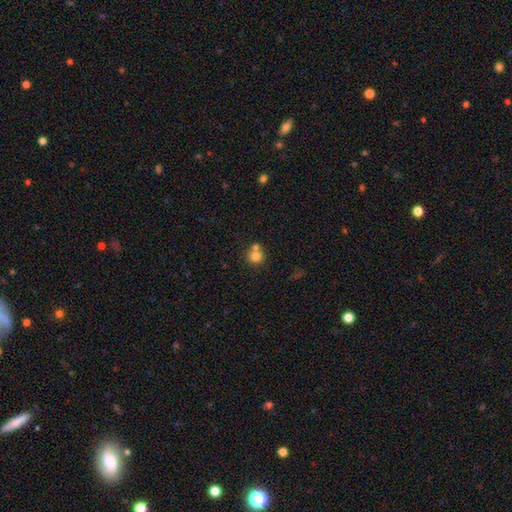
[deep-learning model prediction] Smooth or featured?
  - smooth: 78% *
  - star or artifact: 11%
  - featured or disk: 11%
How rounded?
  - round: 86% *
  - in between: 13%
  - cigar-shaped: 1%
Merging?
  - none: 48% *
  - merger: 42%
  - minor disturbance: 7%
  - major disturbance: 3%